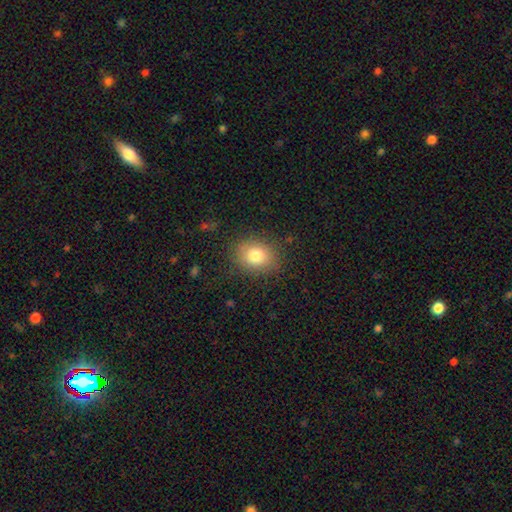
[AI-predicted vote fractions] This is likely a smooth galaxy (80%). How rounded: possibly round (51%). Merging: clearly none (82%).